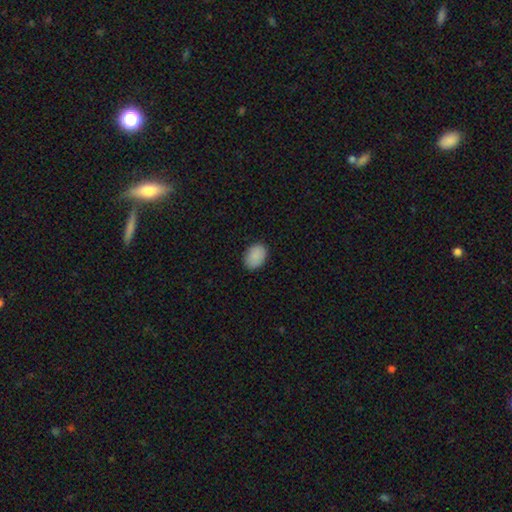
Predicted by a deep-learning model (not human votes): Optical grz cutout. It shows a smooth galaxy with no disk features (90%) that is in between round and cigar-shaped (78%). Merging: none (88%).